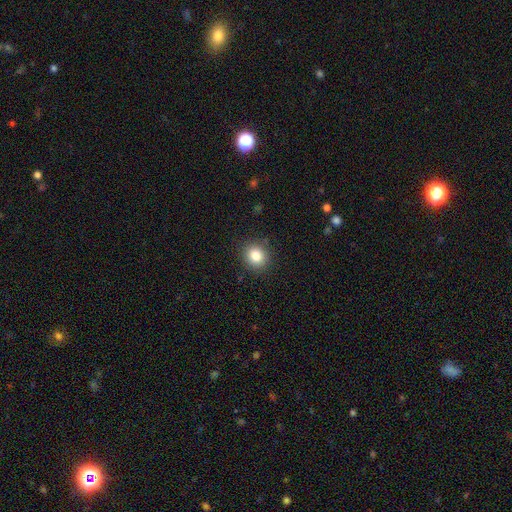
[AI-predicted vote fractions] Smooth or featured? Predicted: smooth (p=0.83). How rounded? Predicted: round (p=0.80). Merging? Predicted: none (p=0.89).